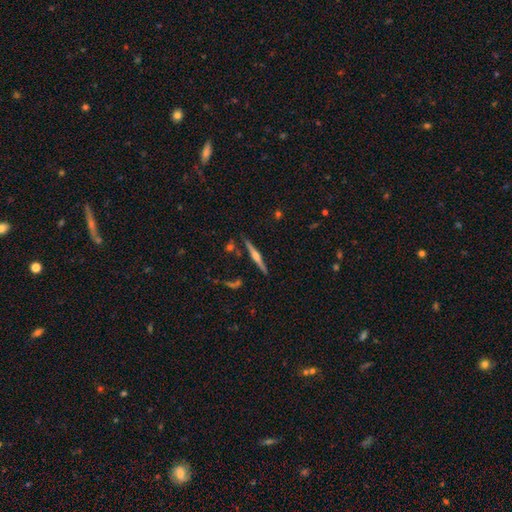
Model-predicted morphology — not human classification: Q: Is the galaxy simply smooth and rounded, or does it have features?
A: featured or disk — 79%.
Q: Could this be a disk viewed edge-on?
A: yes — 98%.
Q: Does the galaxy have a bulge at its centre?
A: rounded — 87%.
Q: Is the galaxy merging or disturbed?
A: none — 88%.